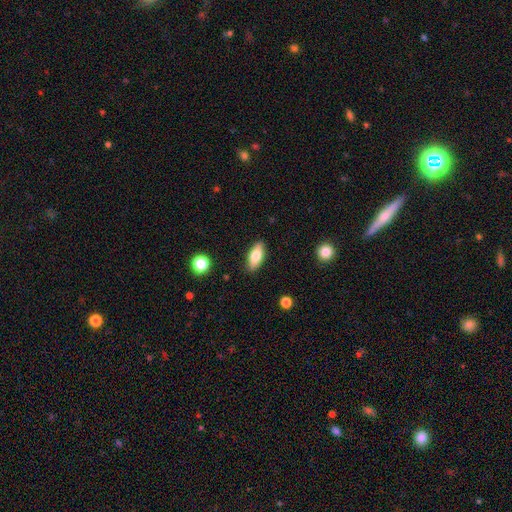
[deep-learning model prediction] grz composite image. It shows a smooth galaxy with no disk features (77%) that is in between round and cigar-shaped (79%). Merging: none (87%).